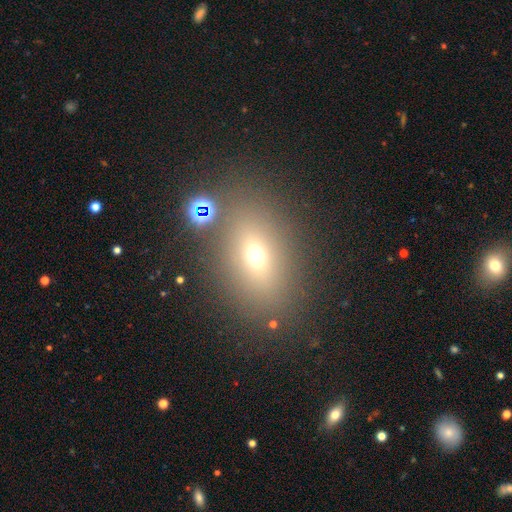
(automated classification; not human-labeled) A smooth galaxy with no disk features (61%) that is in between round and cigar-shaped (72%).

Vote fractions:
- Smooth or featured? smooth: 61% / star or artifact: 21% / featured or disk: 18%
- How rounded? in between: 72% / round: 22% / cigar-shaped: 6%
- Merging? none: 80% / minor disturbance: 9% / merger: 5% / major disturbance: 5%